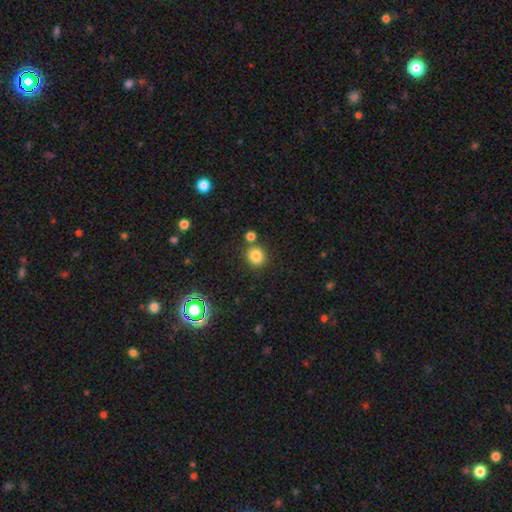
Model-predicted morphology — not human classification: Smooth or featured?
  - smooth: 82% *
  - star or artifact: 13%
  - featured or disk: 6%
How rounded?
  - round: 82% *
  - in between: 17%
  - cigar-shaped: 1%
Merging?
  - none: 76% *
  - merger: 12%
  - minor disturbance: 9%
  - major disturbance: 3%